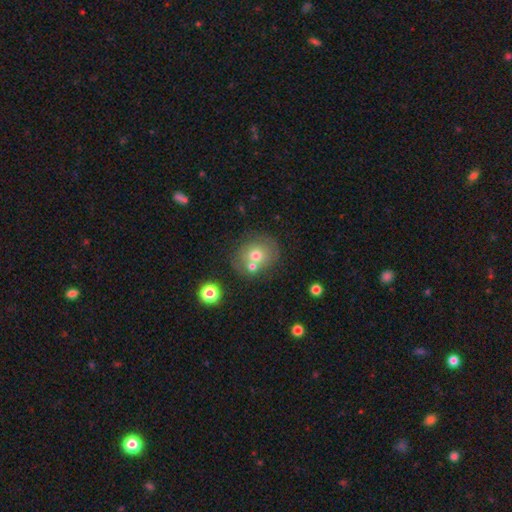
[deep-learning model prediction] This is likely a smooth galaxy (64%). How rounded: likely round (74%). Merging: possibly none (54%).